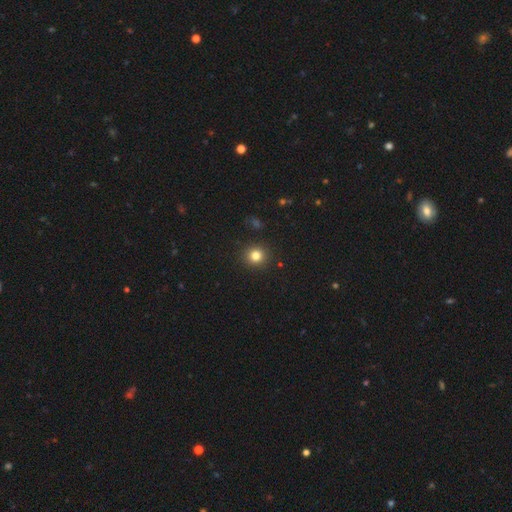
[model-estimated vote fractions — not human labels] smooth-or-featured: smooth: 81% | star or artifact: 13% | featured or disk: 6%
  how-rounded: round: 92% | in between: 7% | cigar-shaped: 1%
  merging: none: 92% | minor disturbance: 5% | major disturbance: 2% | merger: 1%